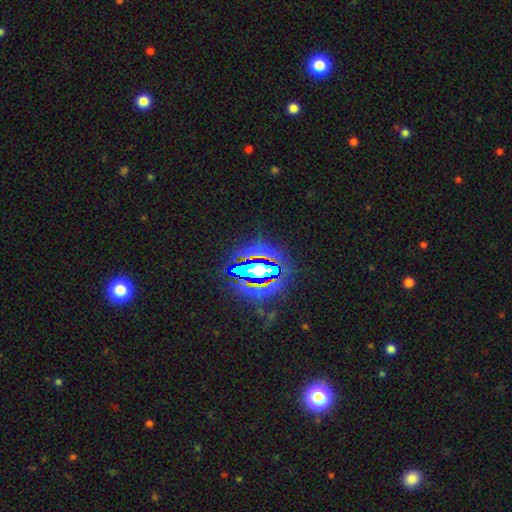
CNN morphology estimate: A star or artifact, not a galaxy (82%).

Vote fractions:
- Smooth or featured? star or artifact: 82% / smooth: 10% / featured or disk: 8%